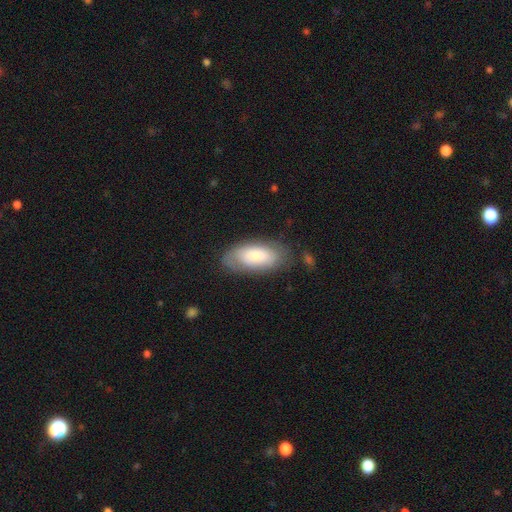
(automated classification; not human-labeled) Smooth or featured: smooth — 72% (featured or disk — 21%)
How rounded: in between — 90% (cigar-shaped — 7%)
Merging: none — 71% (minor disturbance — 19%)